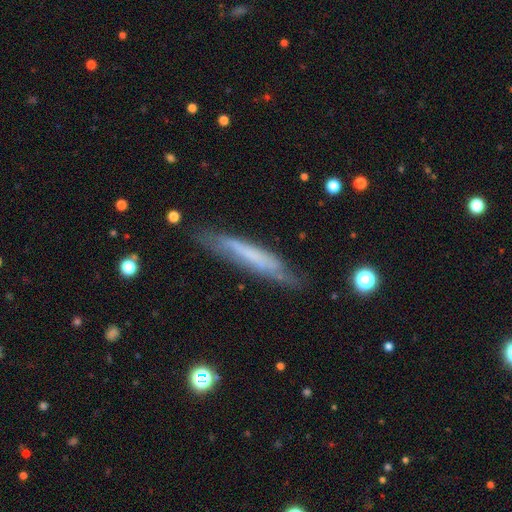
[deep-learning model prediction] Smooth or featured: smooth — 47% (featured or disk — 46%)
Merging: none — 70% (minor disturbance — 21%)